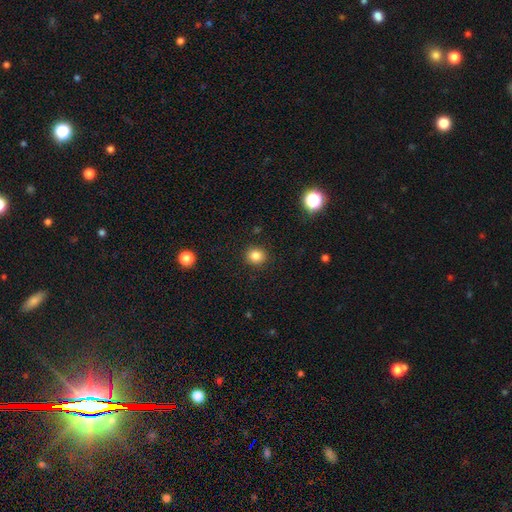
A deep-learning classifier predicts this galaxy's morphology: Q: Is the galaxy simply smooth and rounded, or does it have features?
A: smooth — 85%.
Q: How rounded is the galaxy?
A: round — 83%.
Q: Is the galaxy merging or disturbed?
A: none — 91%.